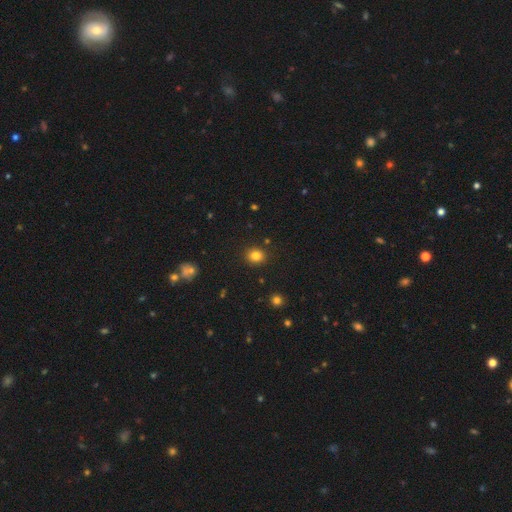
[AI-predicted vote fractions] Morphology: type=smooth (82%); roundness=round (70%); merging=none (89%).